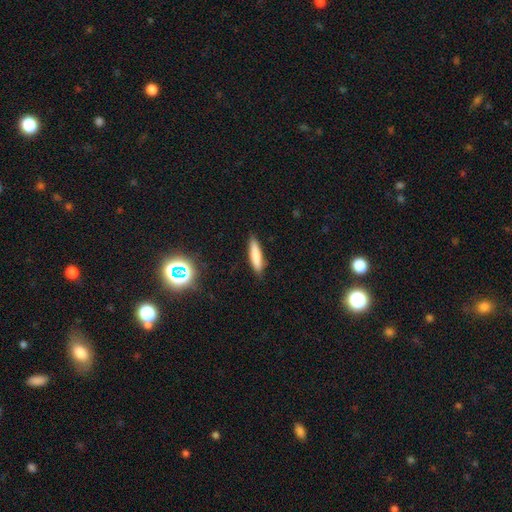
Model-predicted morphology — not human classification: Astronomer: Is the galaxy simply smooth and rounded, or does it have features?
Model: smooth — 80%.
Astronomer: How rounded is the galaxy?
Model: cigar-shaped — 78%.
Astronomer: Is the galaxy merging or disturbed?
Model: none — 87%.